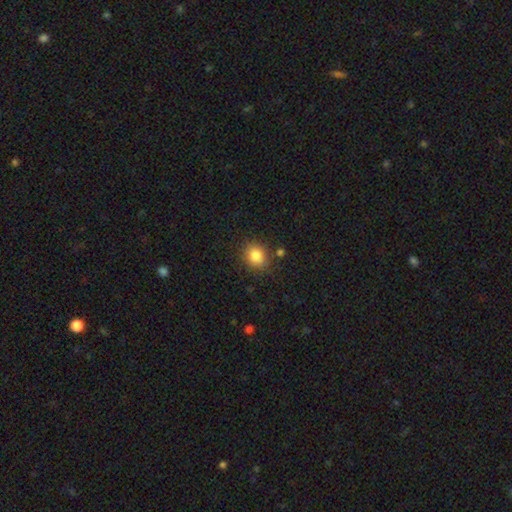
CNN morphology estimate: Smooth or featured? Predicted: smooth (p=0.85). How rounded? Predicted: round (p=0.69). Merging? Predicted: none (p=0.82).